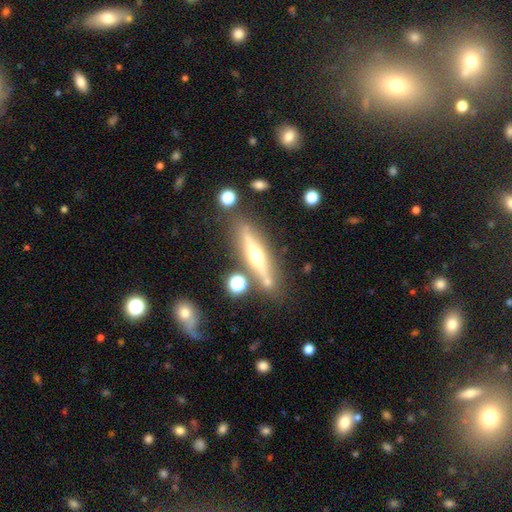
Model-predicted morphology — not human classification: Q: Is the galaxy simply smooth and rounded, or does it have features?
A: featured or disk — 69%.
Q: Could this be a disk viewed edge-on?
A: yes — 93%.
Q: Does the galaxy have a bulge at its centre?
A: rounded — 92%.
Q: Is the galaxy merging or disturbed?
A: none — 79%.